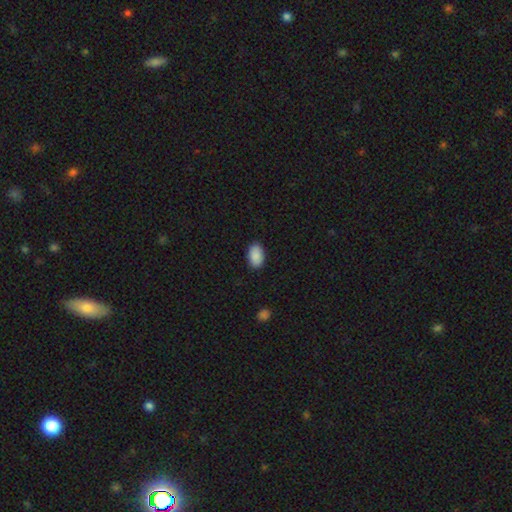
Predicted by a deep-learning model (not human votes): Smooth or featured: smooth — 90% (star or artifact — 7%)
How rounded: in between — 93% (round — 6%)
Merging: none — 89% (minor disturbance — 8%)